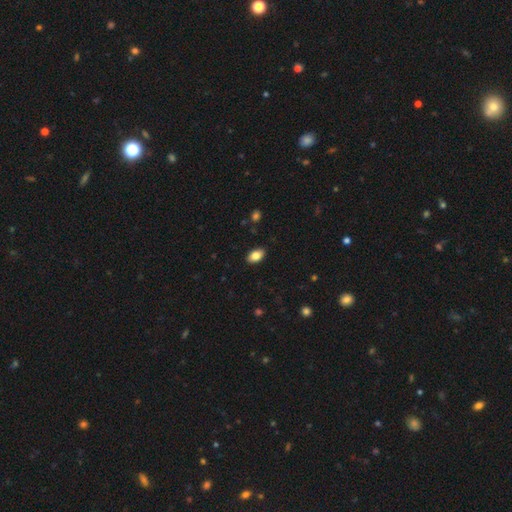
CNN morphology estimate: smooth-or-featured: smooth: 83% | featured or disk: 9% | star or artifact: 8%
  how-rounded: in between: 92% | round: 6% | cigar-shaped: 2%
  merging: none: 89% | minor disturbance: 8% | major disturbance: 2% | merger: 1%